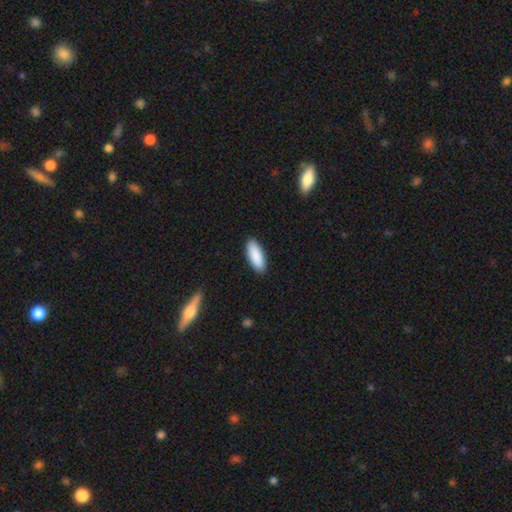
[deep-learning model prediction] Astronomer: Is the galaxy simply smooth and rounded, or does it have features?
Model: smooth — 90%.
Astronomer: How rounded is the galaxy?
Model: in between — 75%.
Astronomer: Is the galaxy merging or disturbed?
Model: none — 89%.